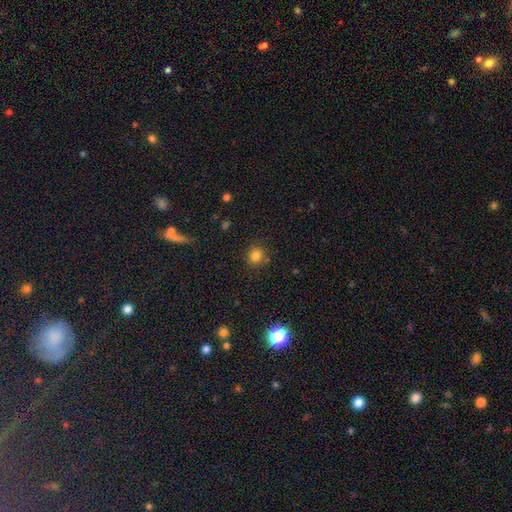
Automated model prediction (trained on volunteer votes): The model was most divided on "smooth or featured": smooth: 80%, star or artifact: 15%, featured or disk: 6%. More confident: how rounded — round (87%); merging — none (83%).